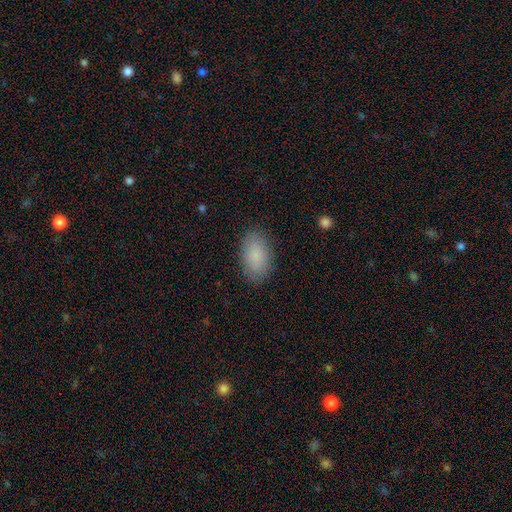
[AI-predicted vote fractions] Smooth or featured: smooth — 87% (star or artifact — 7%)
How rounded: in between — 93% (round — 5%)
Merging: none — 86% (minor disturbance — 10%)